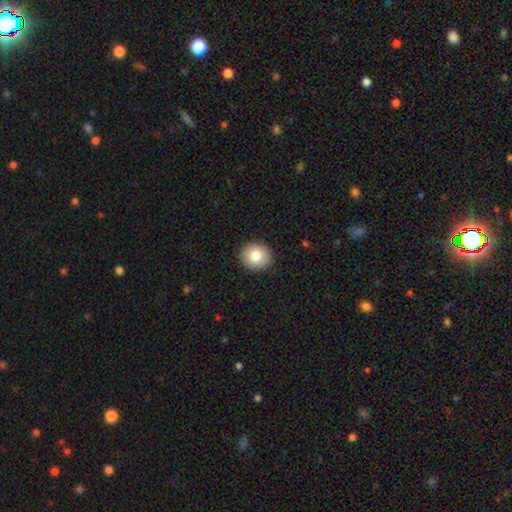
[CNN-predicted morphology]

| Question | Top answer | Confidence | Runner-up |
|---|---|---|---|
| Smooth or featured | smooth | 82% | featured or disk (10%) |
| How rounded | round | 84% | in between (15%) |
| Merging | none | 91% | minor disturbance (6%) |